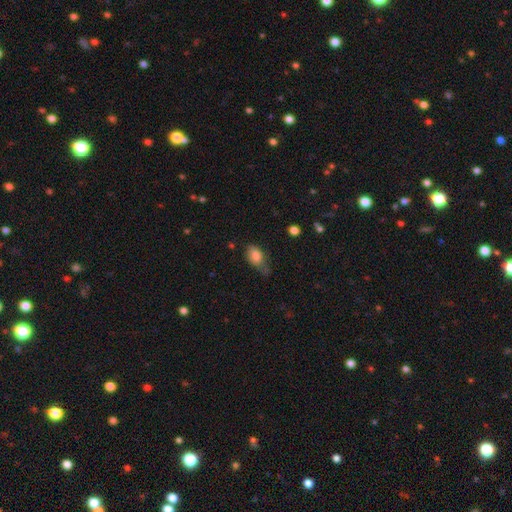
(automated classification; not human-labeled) A smooth galaxy with no disk features (81%) that is in between round and cigar-shaped (87%). Merging: minor disturbance (39%).